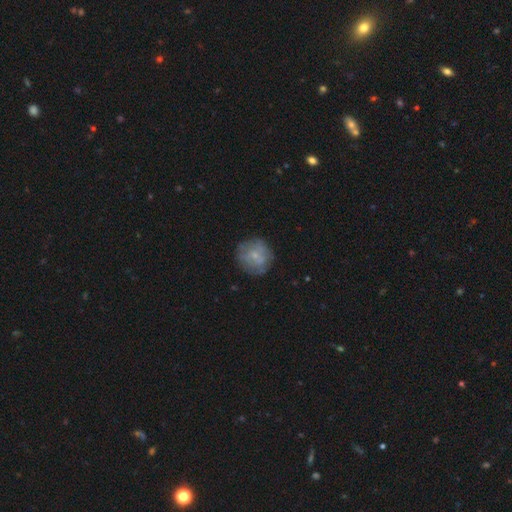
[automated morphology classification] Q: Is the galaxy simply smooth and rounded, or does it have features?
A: smooth — 54%.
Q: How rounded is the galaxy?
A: round — 88%.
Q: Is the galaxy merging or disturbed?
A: none — 73%.